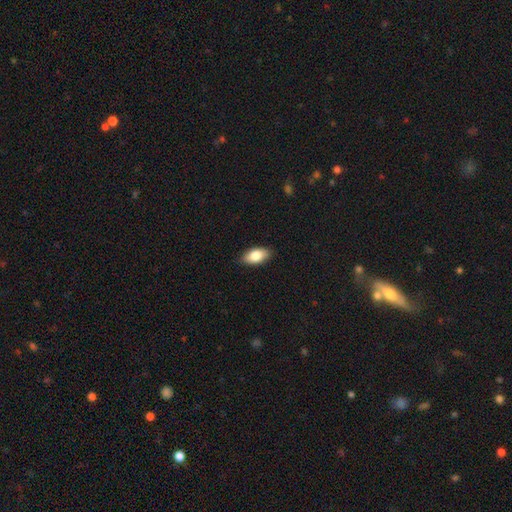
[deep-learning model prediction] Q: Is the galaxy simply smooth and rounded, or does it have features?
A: smooth — 82%.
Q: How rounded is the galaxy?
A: in between — 91%.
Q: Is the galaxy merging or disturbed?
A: none — 87%.